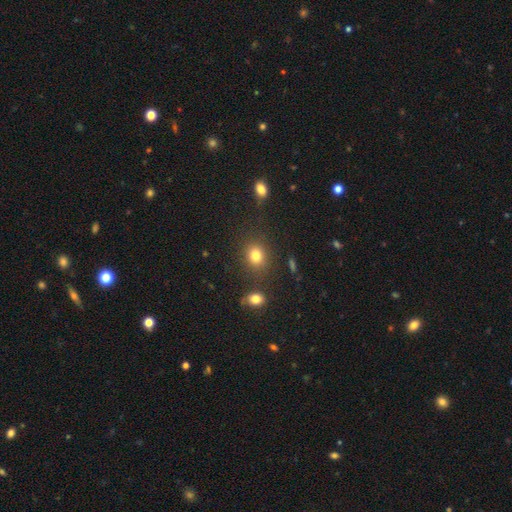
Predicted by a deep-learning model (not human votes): smooth-or-featured: smooth: 81% | star or artifact: 12% | featured or disk: 6%
  how-rounded: round: 67% | in between: 32% | cigar-shaped: 1%
  merging: none: 83% | minor disturbance: 9% | merger: 4% | major disturbance: 4%